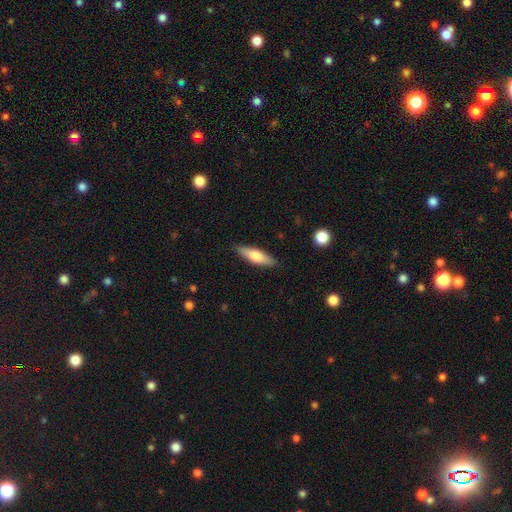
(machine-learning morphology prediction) A smooth galaxy with no disk features (62%) that is cigar-shaped (58%). Merging: none (87%).